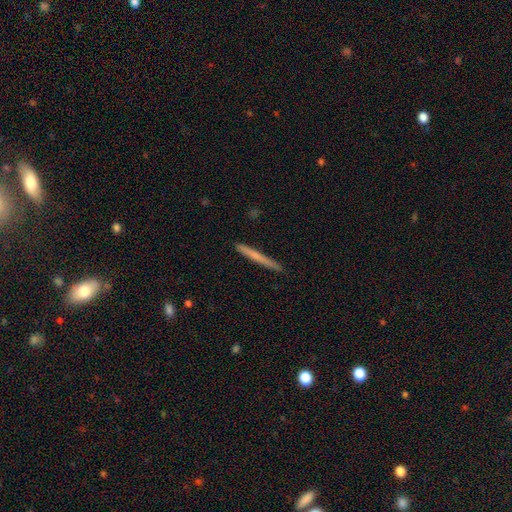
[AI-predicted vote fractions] smooth 60%, featured or disk 34%, star or artifact 5%. Down the decision tree: how rounded — cigar-shaped (97%); merging — none (90%).